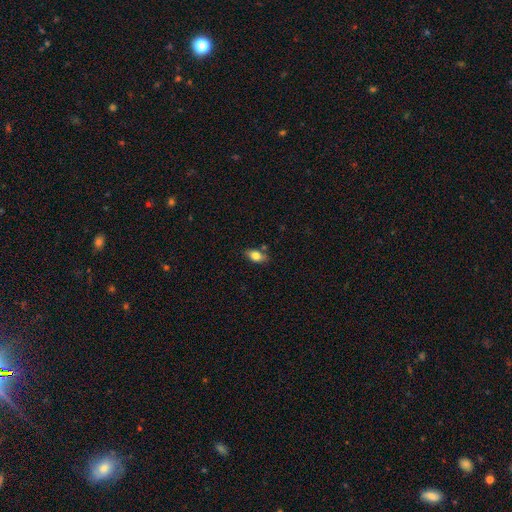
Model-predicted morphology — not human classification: A smooth galaxy with no disk features (80%) that is in between round and cigar-shaped (88%). Merging: none (74%).